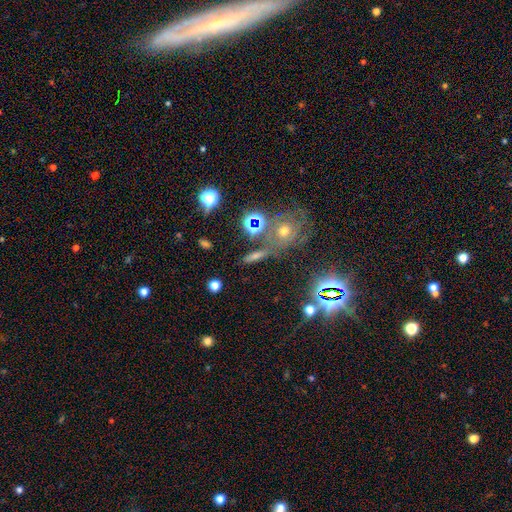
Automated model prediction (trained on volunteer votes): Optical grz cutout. It shows a star or artifact, not a galaxy (38%).